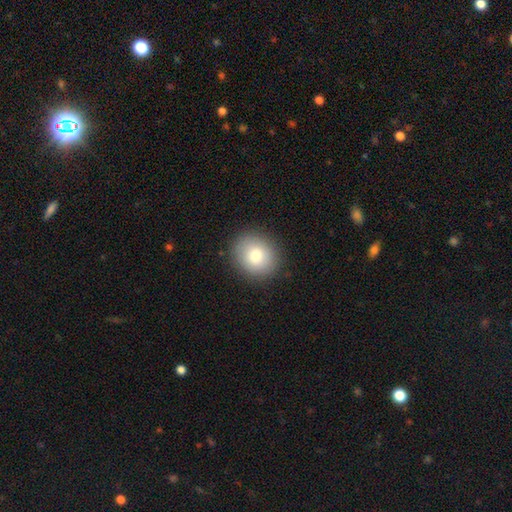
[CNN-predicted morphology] smooth-or-featured: smooth: 79% | featured or disk: 11% | star or artifact: 10%
  how-rounded: round: 83% | in between: 16% | cigar-shaped: 1%
  merging: none: 90% | minor disturbance: 7% | major disturbance: 2% | merger: 1%